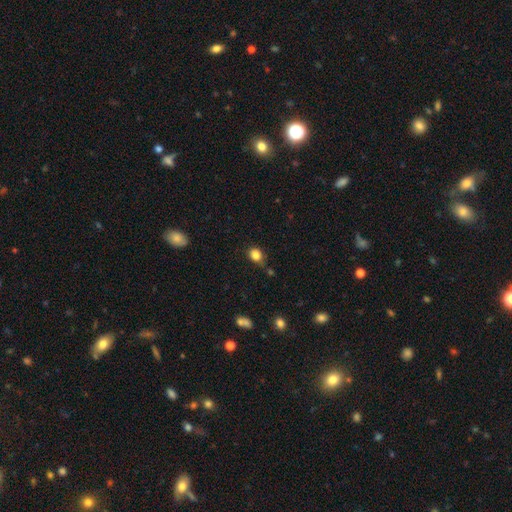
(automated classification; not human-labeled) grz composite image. It shows a smooth galaxy with no disk features (84%) that is round (55%). Merging: none (68%).